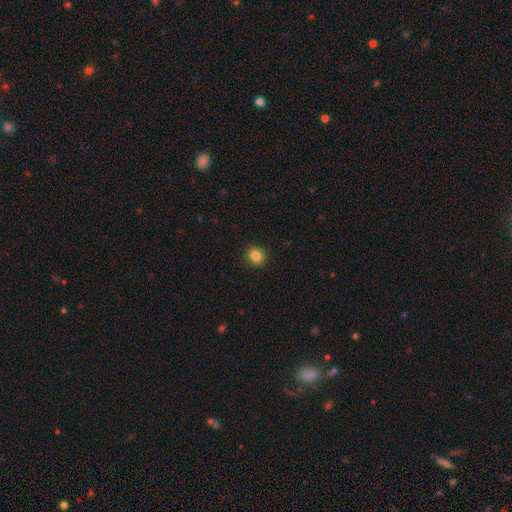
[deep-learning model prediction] smooth 85%, star or artifact 11%, featured or disk 5%. Down the decision tree: how rounded — round (72%); merging — none (91%).